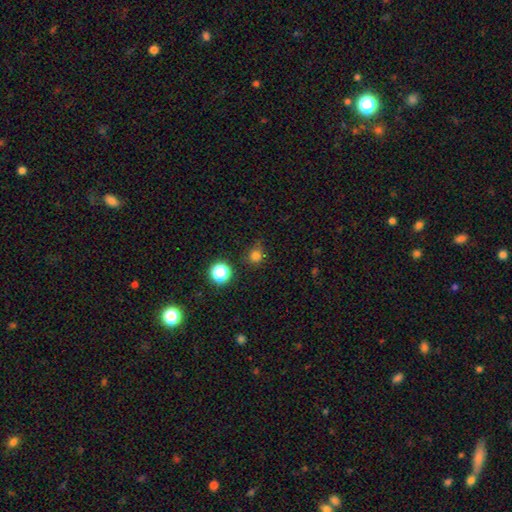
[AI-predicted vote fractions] Morphology: type=smooth (77%); roundness=round (90%); merging=none (75%).